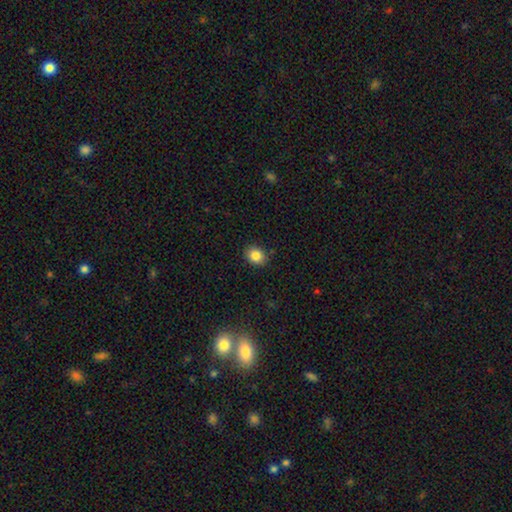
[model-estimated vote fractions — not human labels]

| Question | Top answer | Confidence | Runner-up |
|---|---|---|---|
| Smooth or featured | smooth | 84% | star or artifact (10%) |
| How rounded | round | 55% | in between (44%) |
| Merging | none | 88% | minor disturbance (9%) |